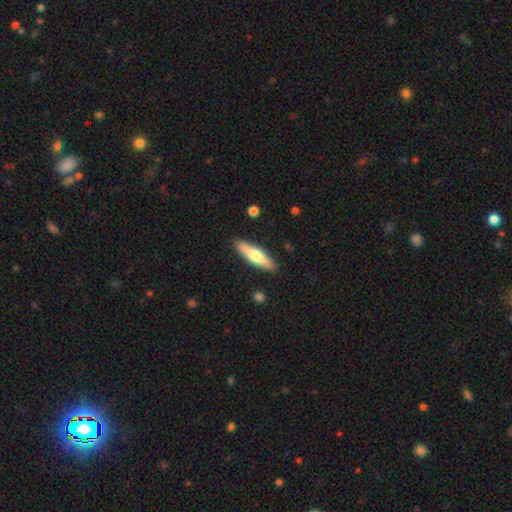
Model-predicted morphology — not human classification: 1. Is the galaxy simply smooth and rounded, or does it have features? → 53% smooth, 42% featured or disk, 5% star or artifact.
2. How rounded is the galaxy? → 71% cigar-shaped, 27% in between, 2% round.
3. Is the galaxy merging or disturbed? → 89% none, 8% minor disturbance, 2% major disturbance, 1% merger.